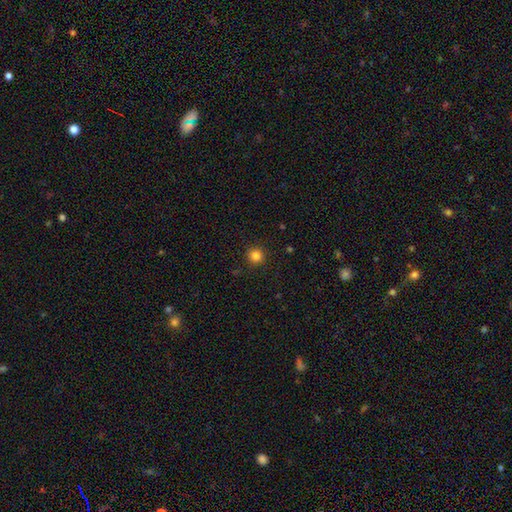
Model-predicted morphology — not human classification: A smooth galaxy with no disk features (83%) that is round (95%). Merging: none (91%).